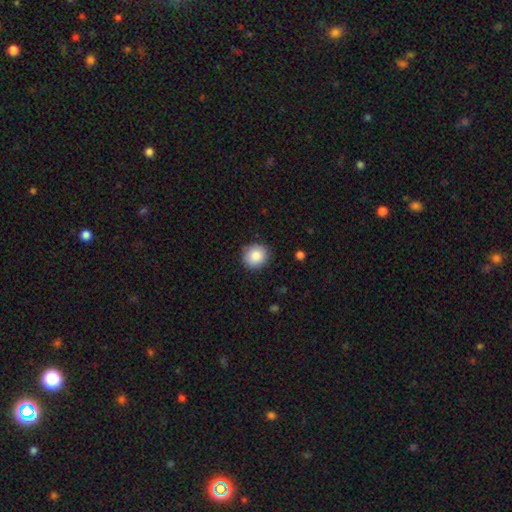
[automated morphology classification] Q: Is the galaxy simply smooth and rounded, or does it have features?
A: smooth — 86%.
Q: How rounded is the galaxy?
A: round — 85%.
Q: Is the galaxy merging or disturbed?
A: none — 88%.